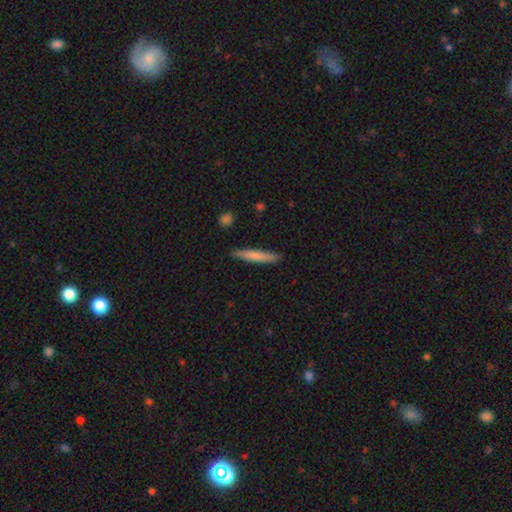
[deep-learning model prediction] Overall: smooth (71%). How rounded: cigar-shaped (93%). Merging: none (88%).